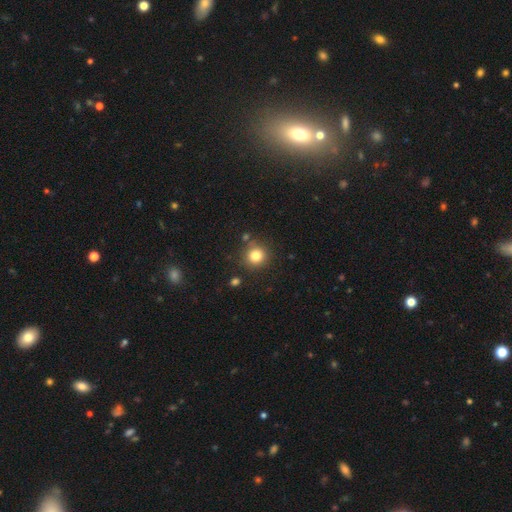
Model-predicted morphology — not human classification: A smooth galaxy with no disk features (81%) that is round (91%). Merging: none (84%).